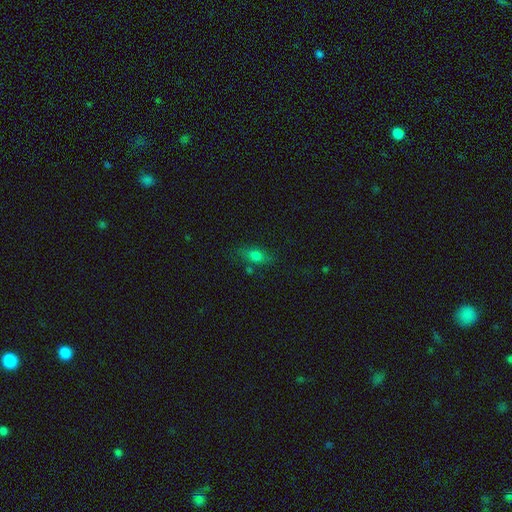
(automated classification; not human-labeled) Smooth or featured: smooth — 69% (featured or disk — 16%)
How rounded: in between — 73% (cigar-shaped — 15%)
Merging: none — 70% (minor disturbance — 18%)